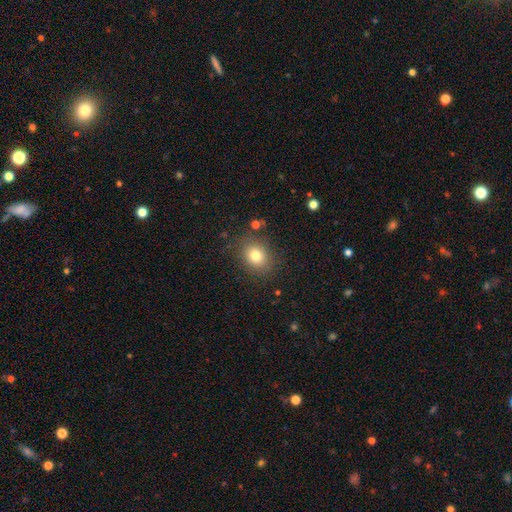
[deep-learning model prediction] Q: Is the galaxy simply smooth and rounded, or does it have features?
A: smooth — 79%.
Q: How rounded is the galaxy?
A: round — 58%.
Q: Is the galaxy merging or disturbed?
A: none — 84%.